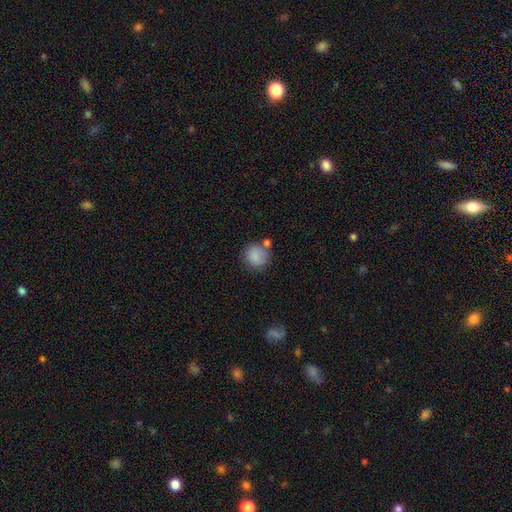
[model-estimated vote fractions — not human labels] The model was most divided on "merging": none: 70%, minor disturbance: 13%, merger: 12%, major disturbance: 4%. More confident: how rounded — round (89%); smooth or featured — smooth (86%).